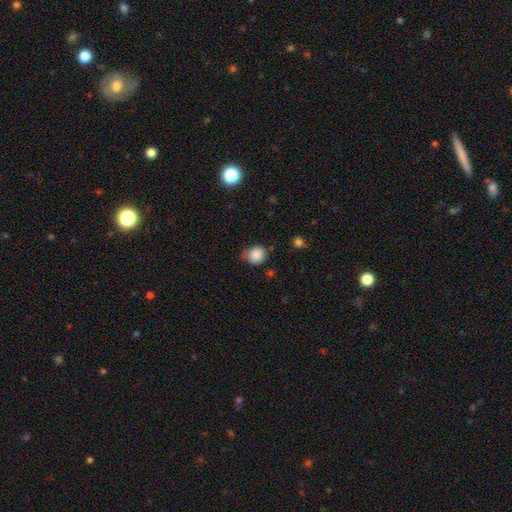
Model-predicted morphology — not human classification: type=smooth (87%); roundness=round (76%); merging=none (61%).